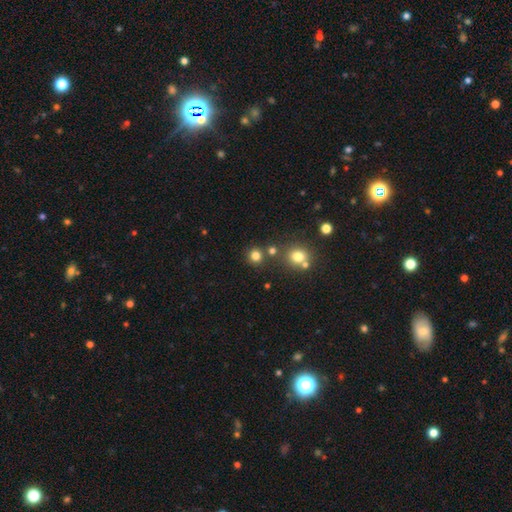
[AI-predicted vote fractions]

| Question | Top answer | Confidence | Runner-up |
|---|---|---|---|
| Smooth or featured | smooth | 78% | star or artifact (16%) |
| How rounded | round | 91% | in between (8%) |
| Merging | none | 79% | merger (11%) |